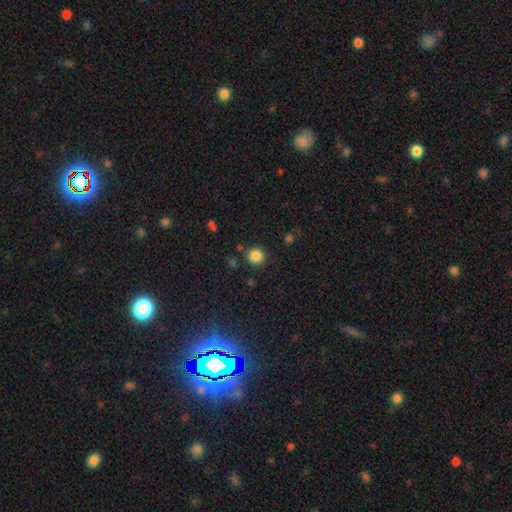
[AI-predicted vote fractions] Smooth or featured?
  - smooth: 85% *
  - star or artifact: 11%
  - featured or disk: 4%
How rounded?
  - round: 87% *
  - in between: 12%
  - cigar-shaped: 1%
Merging?
  - none: 85% *
  - minor disturbance: 8%
  - merger: 4%
  - major disturbance: 3%